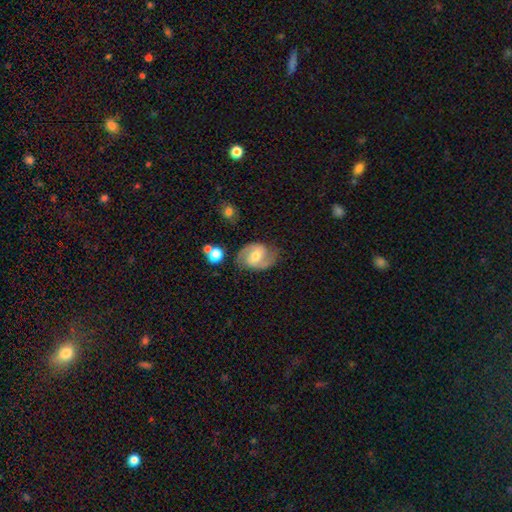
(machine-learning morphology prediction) Overall: featured or disk (78%). Edge-on disk: no (97%). Bar: weak (49%; no 29%). Spiral arms: yes (94%). Spiral arm count: 2 (91%). Spiral winding: medium (53%; loose 24%). Bulge size: moderate (59%; small 32%). Merging: none (76%).